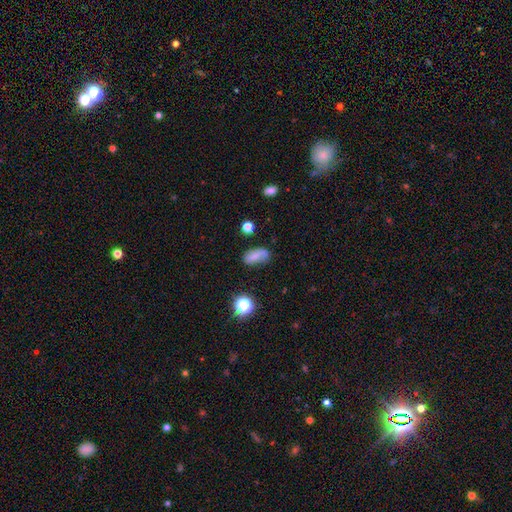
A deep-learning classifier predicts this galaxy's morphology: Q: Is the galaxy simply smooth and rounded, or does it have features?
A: smooth — 67%.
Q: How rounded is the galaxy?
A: in between — 85%.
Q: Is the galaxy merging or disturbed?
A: none — 56%.